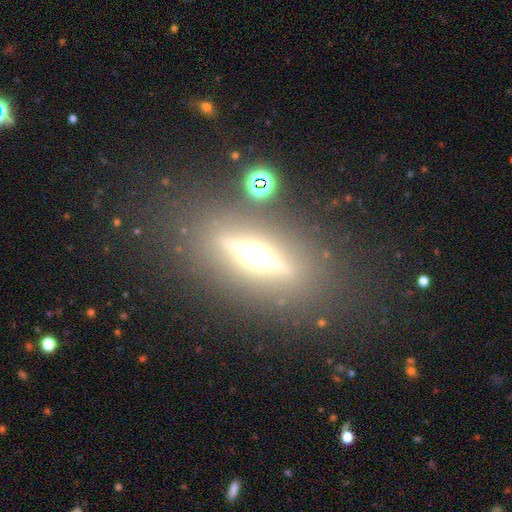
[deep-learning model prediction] smooth_or_featured: featured or disk (p=0.75) [alt: smooth p=0.14]
disk_edge_on: yes (p=0.94) [alt: no p=0.06]
edge_on_bulge: rounded (p=0.93) [alt: boxy p=0.05]
merging: none (p=0.85) [alt: minor disturbance p=0.08]